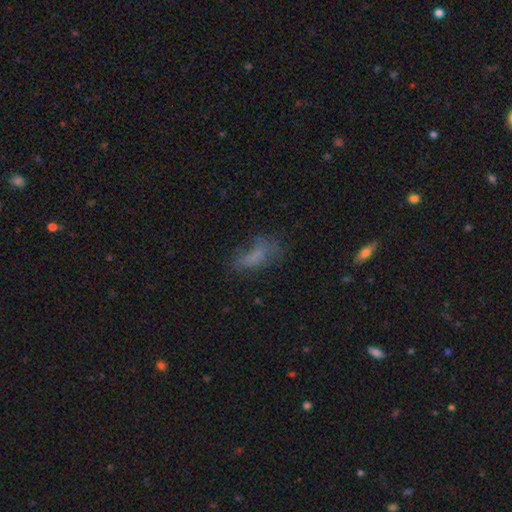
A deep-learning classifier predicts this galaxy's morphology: Smooth or featured?
  - smooth: 61% *
  - featured or disk: 23%
  - star or artifact: 16%
How rounded?
  - in between: 74% *
  - cigar-shaped: 21%
  - round: 5%
Merging?
  - none: 42% *
  - major disturbance: 28%
  - minor disturbance: 26%
  - merger: 4%